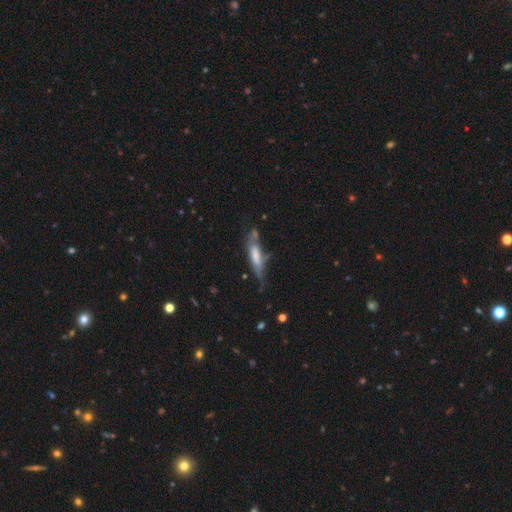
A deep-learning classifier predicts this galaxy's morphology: This is possibly a smooth galaxy (50%). Merging: marginally none (37%).